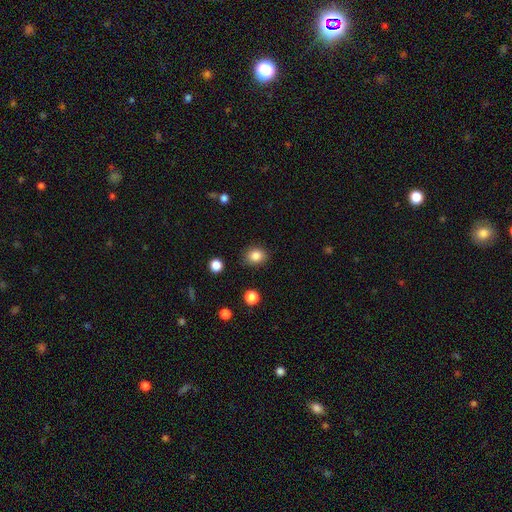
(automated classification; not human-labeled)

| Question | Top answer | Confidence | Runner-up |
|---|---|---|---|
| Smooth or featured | smooth | 85% | star or artifact (10%) |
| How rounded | round | 58% | in between (41%) |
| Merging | none | 86% | minor disturbance (10%) |